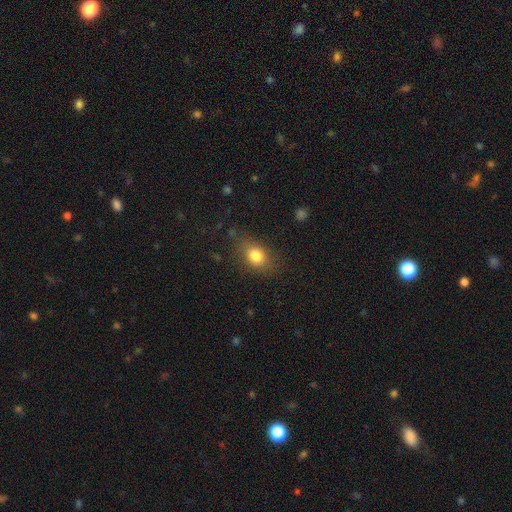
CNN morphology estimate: smooth-or-featured: smooth: 80% | star or artifact: 10% | featured or disk: 9%
  how-rounded: in between: 65% | round: 33% | cigar-shaped: 2%
  merging: none: 75% | minor disturbance: 17% | major disturbance: 6% | merger: 2%